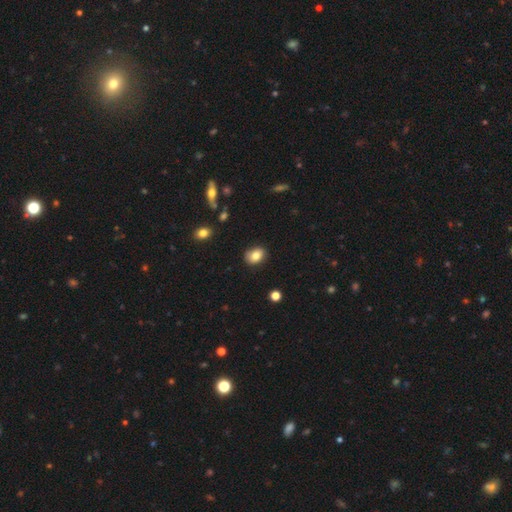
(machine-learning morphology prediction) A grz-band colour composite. It shows a smooth galaxy with no disk features (82%) that is in between round and cigar-shaped (63%). Merging: none (82%).